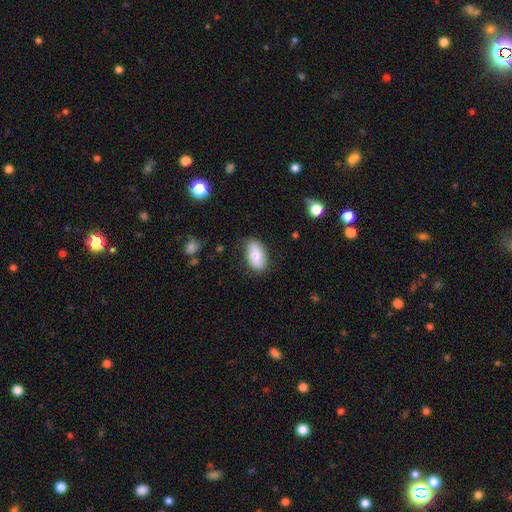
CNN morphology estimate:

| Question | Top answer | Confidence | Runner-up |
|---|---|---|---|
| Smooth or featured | smooth | 67% | featured or disk (26%) |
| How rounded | in between | 91% | round (6%) |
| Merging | none | 78% | minor disturbance (17%) |